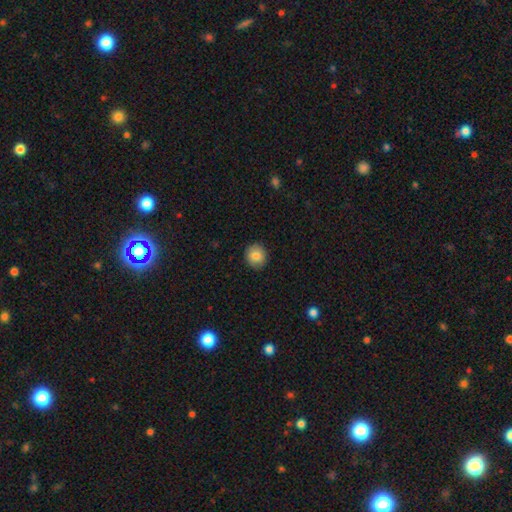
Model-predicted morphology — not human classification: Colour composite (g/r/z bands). It shows a smooth galaxy with no disk features (83%) that is round (81%). Merging: none (89%).